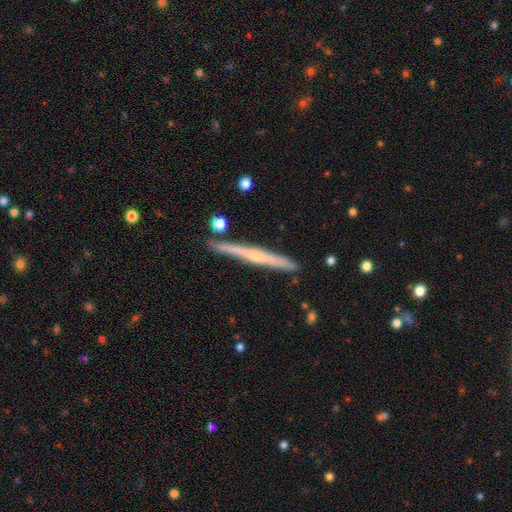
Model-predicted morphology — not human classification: Overall: featured or disk (68%). Edge-on disk: yes (97%). Edge-on bulge: rounded (57%; none 37%). Merging: none (86%).